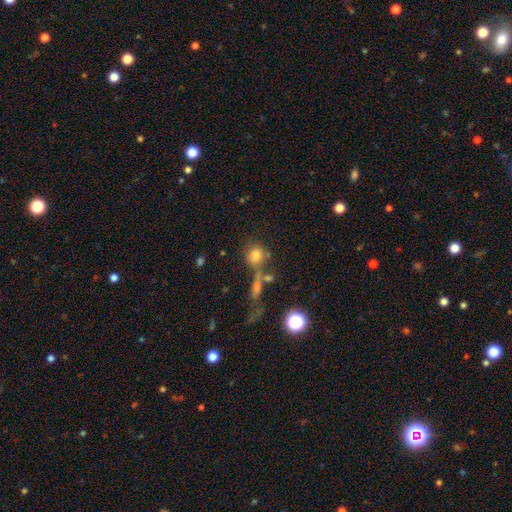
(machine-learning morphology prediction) type=smooth (75%); roundness=round (81%); merging=none (58%).